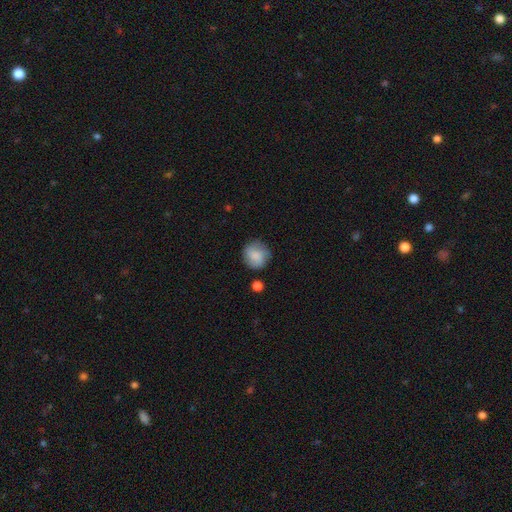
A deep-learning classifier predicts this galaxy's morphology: Q: Smooth or featured?
A: smooth (79%); runner-up: featured or disk (14%)
Q: How rounded?
A: round (86%); runner-up: in between (13%)
Q: Merging?
A: none (74%); runner-up: minor disturbance (18%)